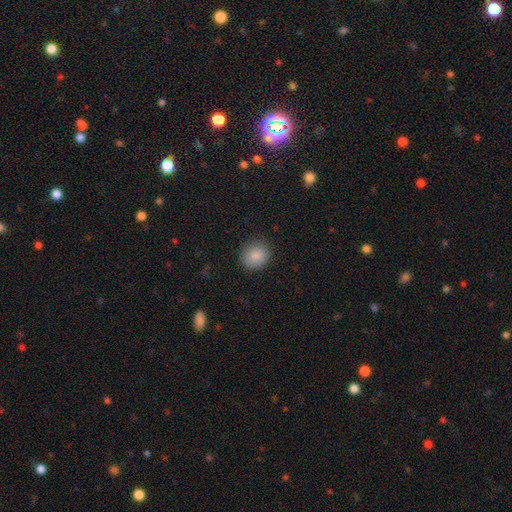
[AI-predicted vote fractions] Overall: smooth (86%). How rounded: round (80%). Merging: none (88%).